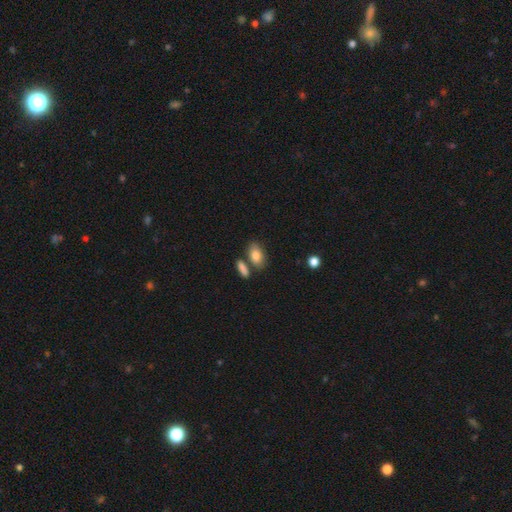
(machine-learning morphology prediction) smooth-or-featured: smooth: 84% | featured or disk: 9% | star or artifact: 7%
  how-rounded: in between: 87% | round: 9% | cigar-shaped: 4%
  merging: none: 65% | merger: 18% | minor disturbance: 13% | major disturbance: 4%